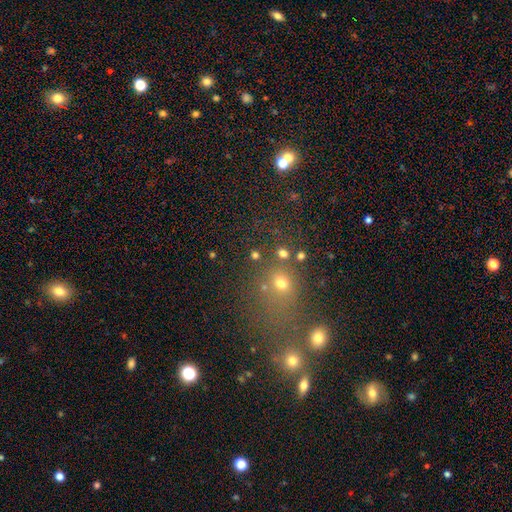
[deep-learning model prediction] Overall: smooth (54%; star or artifact 36%). How rounded: round (72%). Merging: none (58%; merger 21%).